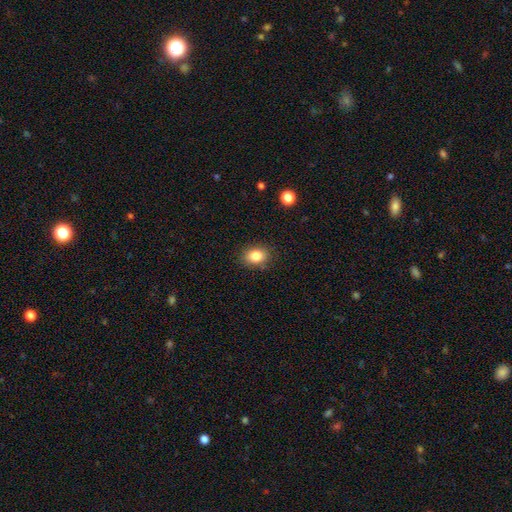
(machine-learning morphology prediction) Smooth or featured: smooth — 85% (star or artifact — 9%)
How rounded: in between — 62% (round — 37%)
Merging: none — 86% (minor disturbance — 10%)